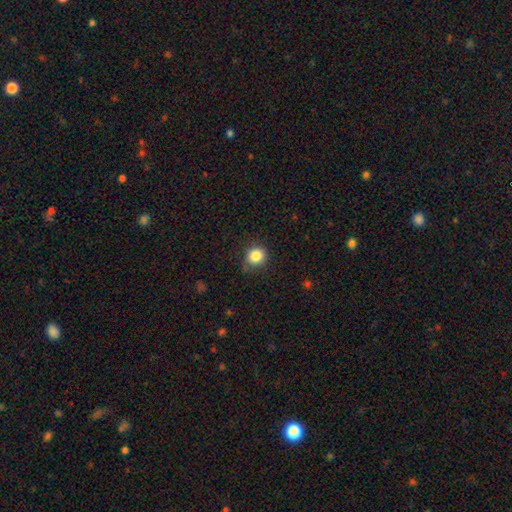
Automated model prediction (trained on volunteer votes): Smooth or featured? smooth (84%)
How rounded? round (84%)
Merging? none (79%)